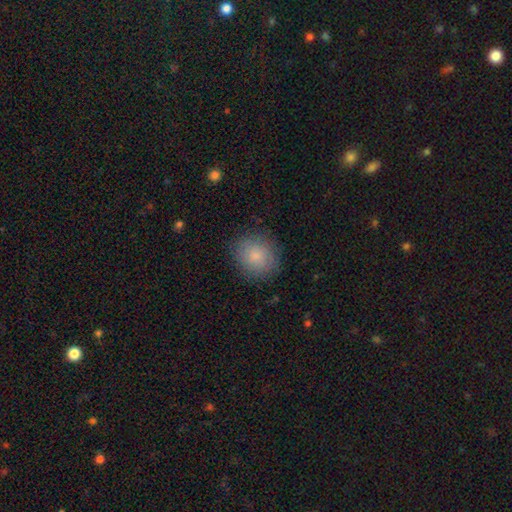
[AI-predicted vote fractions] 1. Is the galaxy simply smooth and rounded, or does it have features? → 84% smooth, 8% featured or disk, 8% star or artifact.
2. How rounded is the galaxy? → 79% round, 20% in between, 1% cigar-shaped.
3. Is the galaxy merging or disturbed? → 84% none, 11% minor disturbance, 3% major disturbance, 1% merger.